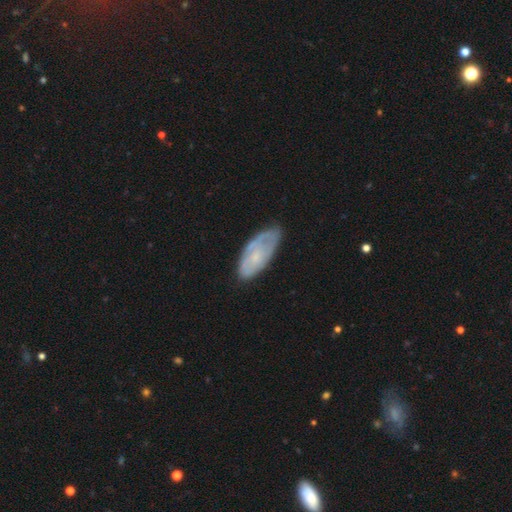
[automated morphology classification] Overall: smooth (49%; featured or disk 44%). Merging: none (62%; minor disturbance 28%).